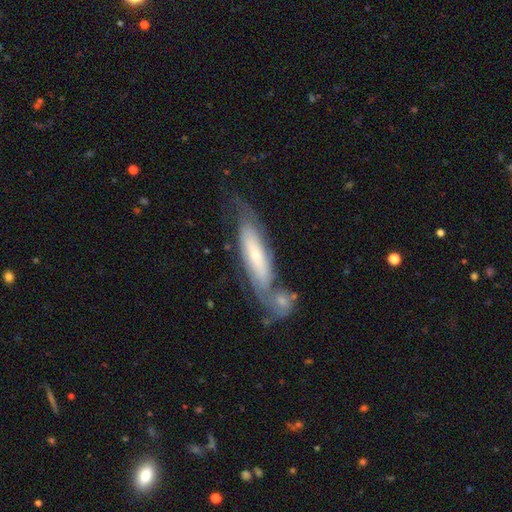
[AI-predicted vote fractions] Q: Smooth or featured?
A: featured or disk (61%); runner-up: smooth (32%)
Q: Edge-on disk?
A: no (71%); runner-up: yes (29%)
Q: Merging?
A: none (41%); runner-up: merger (30%)